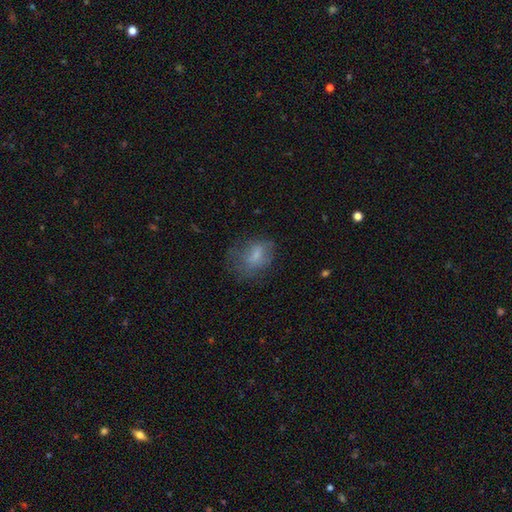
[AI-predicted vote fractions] Morphology: type=smooth (60%); roundness=in between (66%); merging=none (48%).